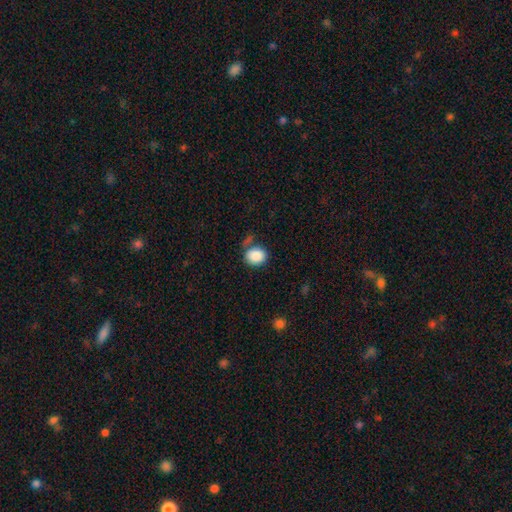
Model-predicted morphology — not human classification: Smooth or featured?
  - smooth: 88% *
  - star or artifact: 8%
  - featured or disk: 4%
How rounded?
  - round: 61% *
  - in between: 38%
  - cigar-shaped: 1%
Merging?
  - none: 64% *
  - minor disturbance: 18%
  - merger: 11%
  - major disturbance: 7%